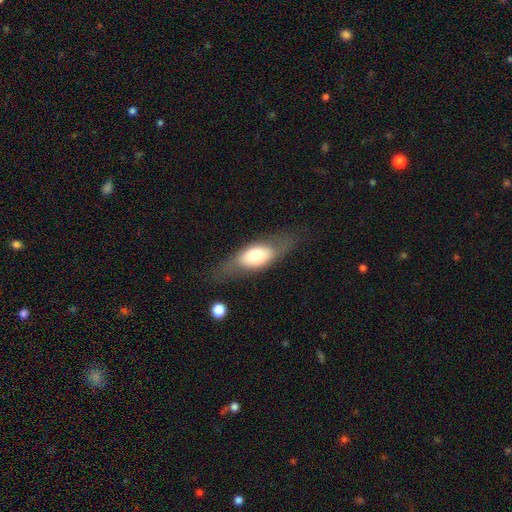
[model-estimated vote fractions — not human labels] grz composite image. It shows a smooth galaxy with no disk features (52%) that is in between round and cigar-shaped (75%). Merging: none (66%).